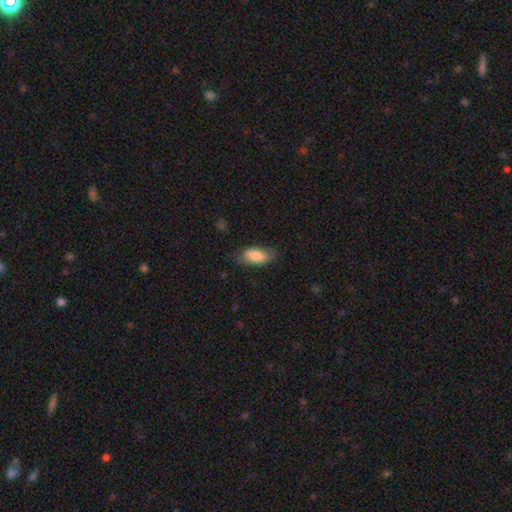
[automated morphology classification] smooth_or_featured: smooth (p=0.82) [alt: featured or disk p=0.11]
how_rounded: in between (p=0.87) [alt: cigar-shaped p=0.10]
merging: none (p=0.72) [alt: minor disturbance p=0.21]